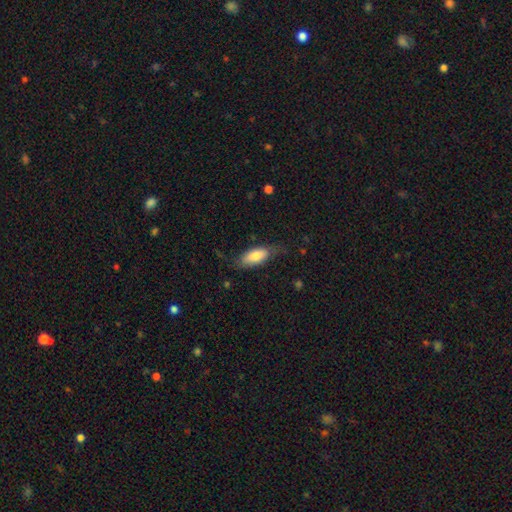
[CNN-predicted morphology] Q: Smooth or featured?
A: smooth (77%); runner-up: featured or disk (17%)
Q: How rounded?
A: in between (80%); runner-up: cigar-shaped (18%)
Q: Merging?
A: none (65%); runner-up: minor disturbance (25%)